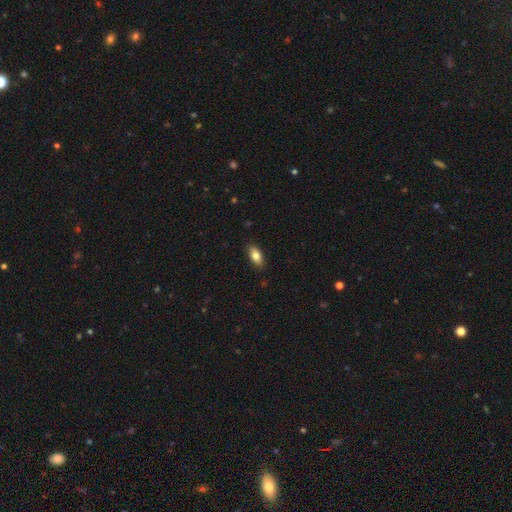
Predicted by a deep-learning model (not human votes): Smooth or featured? smooth (80%)
How rounded? in between (89%)
Merging? none (87%)